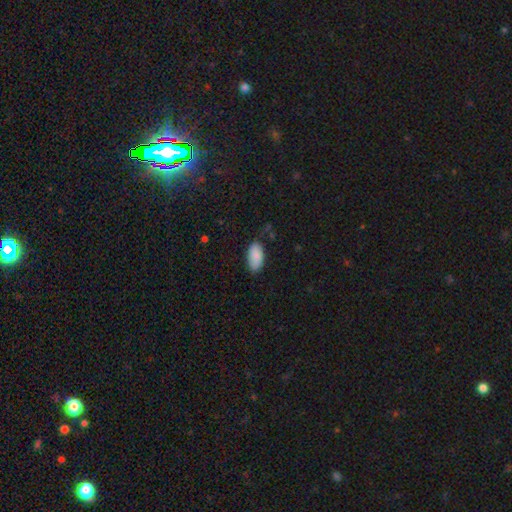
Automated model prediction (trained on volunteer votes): smooth_or_featured: smooth (p=0.85) [alt: featured or disk p=0.08]
how_rounded: in between (p=0.94) [alt: cigar-shaped p=0.04]
merging: none (p=0.75) [alt: minor disturbance p=0.20]